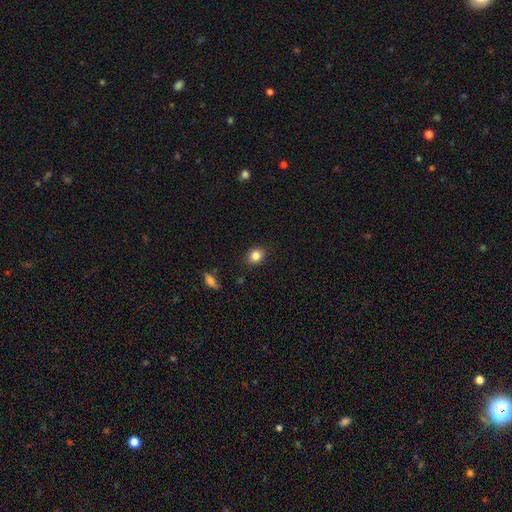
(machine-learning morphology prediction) Smooth or featured? Predicted: smooth (p=0.84). How rounded? Predicted: round (p=0.54). Merging? Predicted: none (p=0.87).